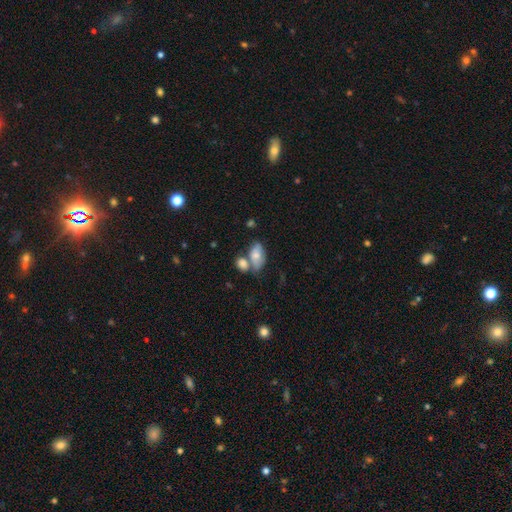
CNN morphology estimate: type=smooth (72%); roundness=in between (89%); merging=merger (39%).